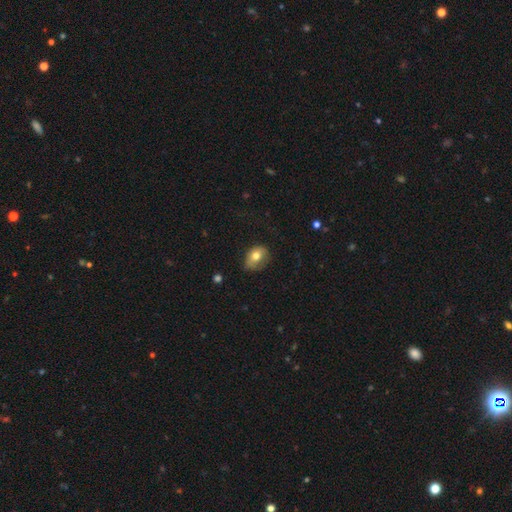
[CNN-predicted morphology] The model was most divided on "merging": none: 47%, minor disturbance: 35%, major disturbance: 16%, merger: 2%. More confident: smooth or featured — smooth (69%); how rounded — in between (67%).